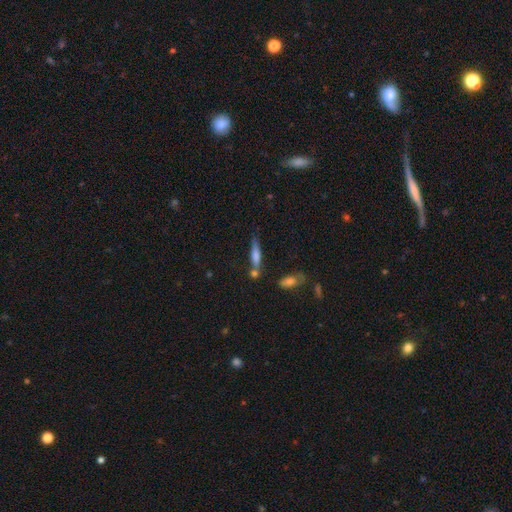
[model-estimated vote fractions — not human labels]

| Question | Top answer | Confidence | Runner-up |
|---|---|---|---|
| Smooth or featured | smooth | 55% | featured or disk (36%) |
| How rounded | cigar-shaped | 80% | in between (17%) |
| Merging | none | 62% | minor disturbance (17%) |